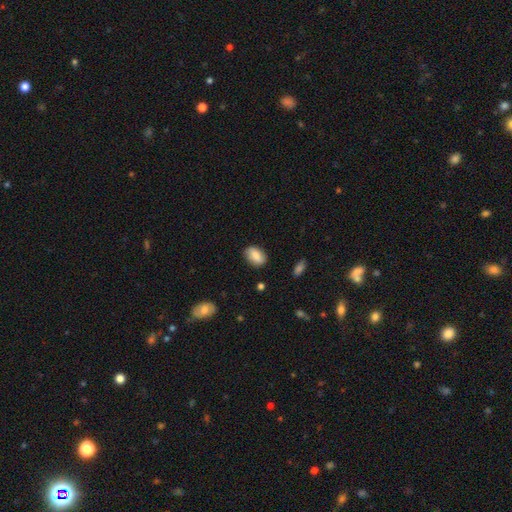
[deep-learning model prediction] A smooth galaxy with no disk features (80%) that is in between round and cigar-shaped (87%). Merging: none (84%).